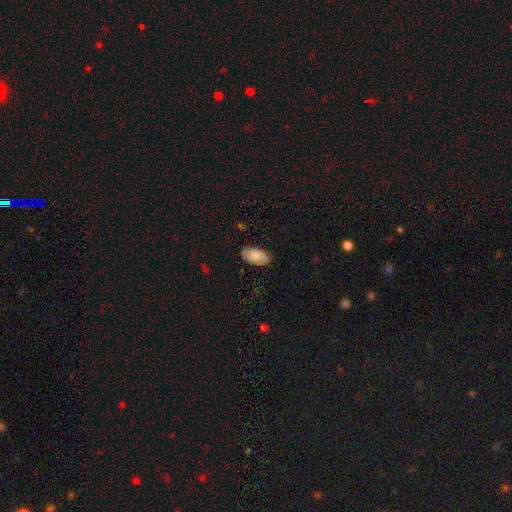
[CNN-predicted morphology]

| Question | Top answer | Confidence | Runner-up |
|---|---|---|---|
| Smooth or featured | smooth | 82% | featured or disk (12%) |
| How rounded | in between | 95% | round (2%) |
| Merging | none | 81% | minor disturbance (16%) |